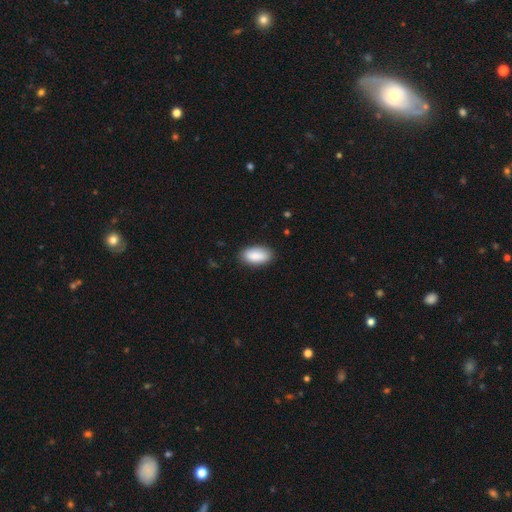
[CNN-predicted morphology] The model was most divided on "merging": none: 86%, minor disturbance: 11%, major disturbance: 2%, merger: 1%. More confident: how rounded — in between (93%); smooth or featured — smooth (89%).